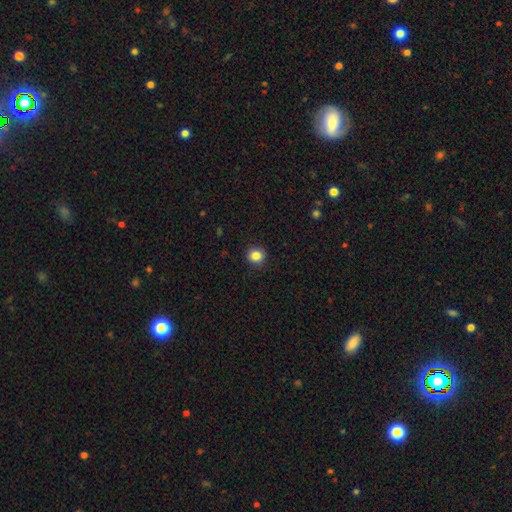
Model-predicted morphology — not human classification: A smooth galaxy with no disk features (85%) that is round (86%).

Vote fractions:
- Smooth or featured? smooth: 85% / star or artifact: 11% / featured or disk: 5%
- How rounded? round: 86% / in between: 13% / cigar-shaped: 1%
- Merging? none: 90% / minor disturbance: 7% / major disturbance: 2% / merger: 1%